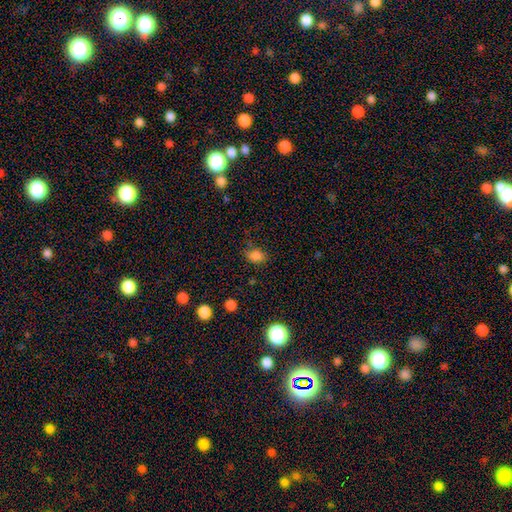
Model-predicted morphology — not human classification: A smooth galaxy with no disk features (82%) that is in between round and cigar-shaped (73%).

Vote fractions:
- Smooth or featured? smooth: 82% / star or artifact: 13% / featured or disk: 5%
- How rounded? in between: 73% / round: 26% / cigar-shaped: 1%
- Merging? none: 73% / minor disturbance: 19% / major disturbance: 5% / merger: 2%